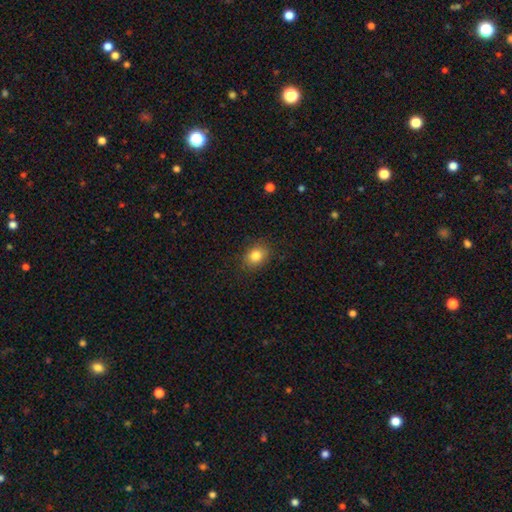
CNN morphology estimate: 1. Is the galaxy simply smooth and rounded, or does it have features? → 83% smooth, 10% star or artifact, 7% featured or disk.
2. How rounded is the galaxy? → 50% round, 49% in between, 1% cigar-shaped.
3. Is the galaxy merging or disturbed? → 86% none, 10% minor disturbance, 3% major disturbance, 1% merger.